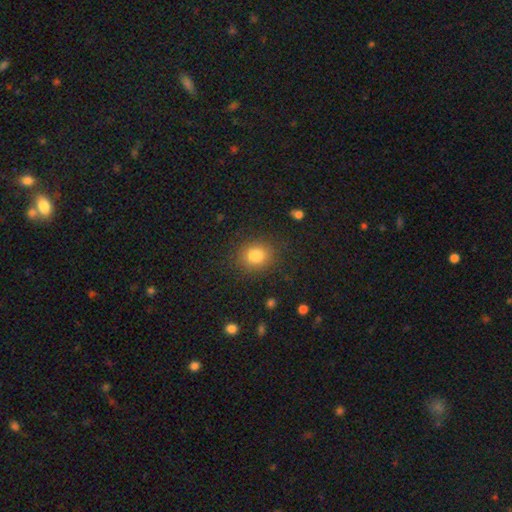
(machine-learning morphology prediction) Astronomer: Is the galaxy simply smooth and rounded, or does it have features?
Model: smooth — 81%.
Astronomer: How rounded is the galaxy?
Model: round — 70%.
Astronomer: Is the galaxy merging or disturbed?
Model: none — 86%.